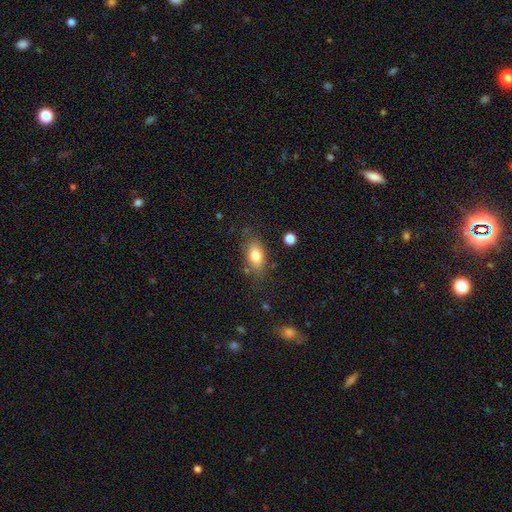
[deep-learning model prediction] smooth_or_featured: smooth (p=0.80) [alt: featured or disk p=0.11]
how_rounded: in between (p=0.86) [alt: round p=0.10]
merging: none (p=0.77) [alt: minor disturbance p=0.15]